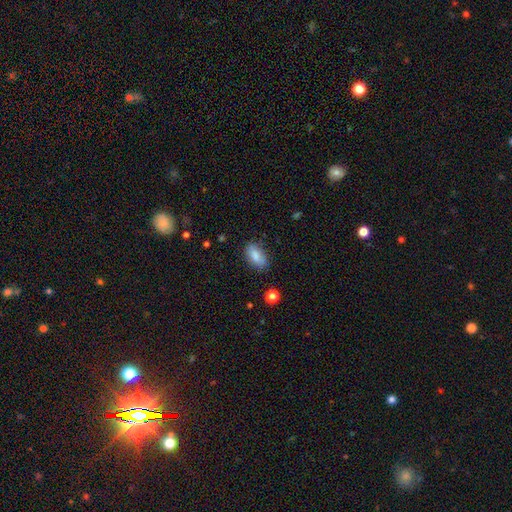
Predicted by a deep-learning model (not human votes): This appears to be a smooth galaxy with no disk features (83%) that is in between round and cigar-shaped (90%). Merging: none (80%).